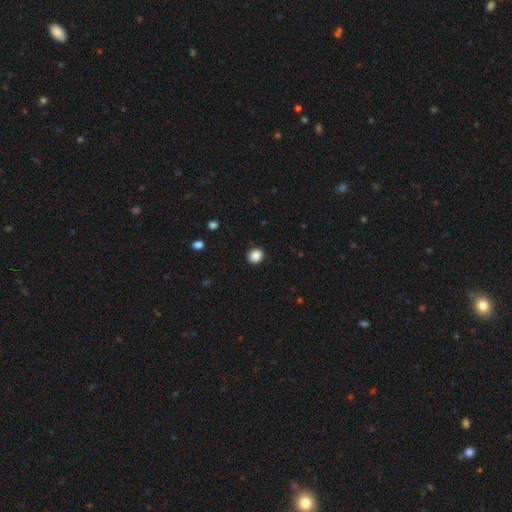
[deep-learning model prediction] The model was most divided on "how rounded": round: 75%, in between: 24%, cigar-shaped: 1%. More confident: merging — none (89%); smooth or featured — smooth (88%).